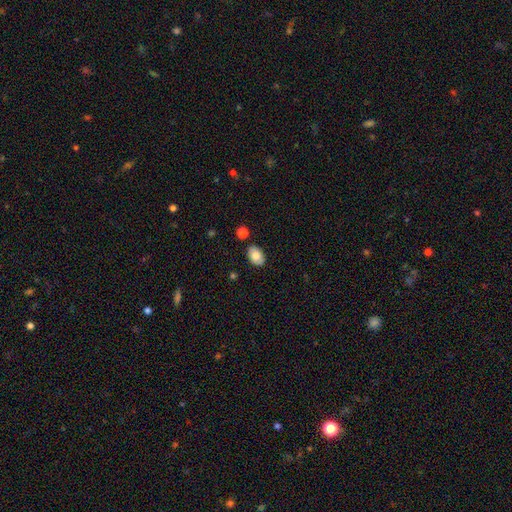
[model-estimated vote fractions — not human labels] Smooth or featured? Predicted: smooth (p=0.77). How rounded? Predicted: in between (p=0.88). Merging? Predicted: none (p=0.85).